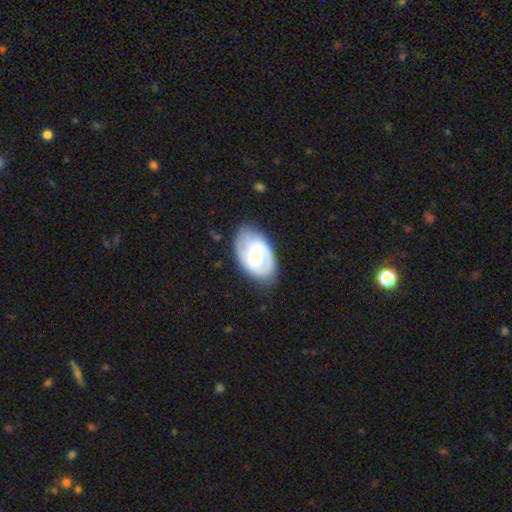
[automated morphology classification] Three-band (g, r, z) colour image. It shows a featured or disk galaxy (62%) with no bar (45%), spiral arms (74%) and a moderate central bulge (60%). Merging: none (73%).